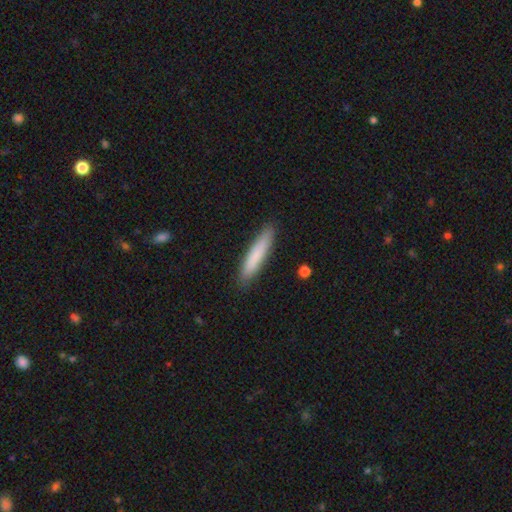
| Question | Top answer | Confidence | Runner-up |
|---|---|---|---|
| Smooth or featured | smooth | 88% | featured or disk (10%) |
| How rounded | cigar-shaped | 97% | round (3%) |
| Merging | none | 82% | minor disturbance (13%) |